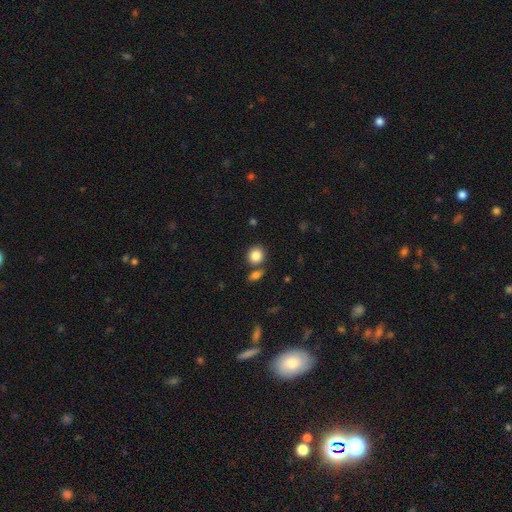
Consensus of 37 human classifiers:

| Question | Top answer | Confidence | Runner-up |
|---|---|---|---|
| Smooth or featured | smooth | 89% | featured or disk (11%) |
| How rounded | round | 82% | in between (18%) |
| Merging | none | 76% | minor disturbance (19%) |